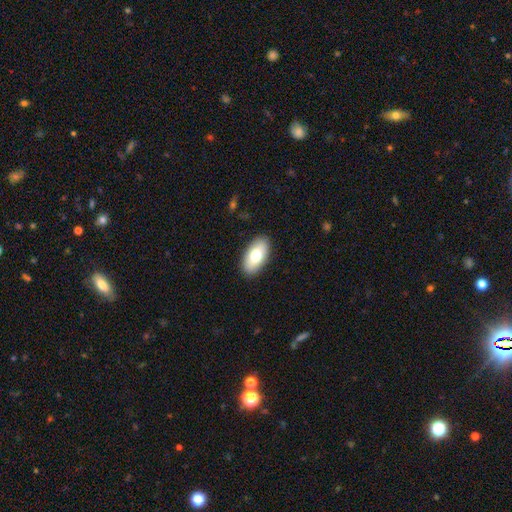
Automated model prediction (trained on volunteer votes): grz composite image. It shows a smooth galaxy with no disk features (75%) that is in between round and cigar-shaped (94%). Merging: none (89%).